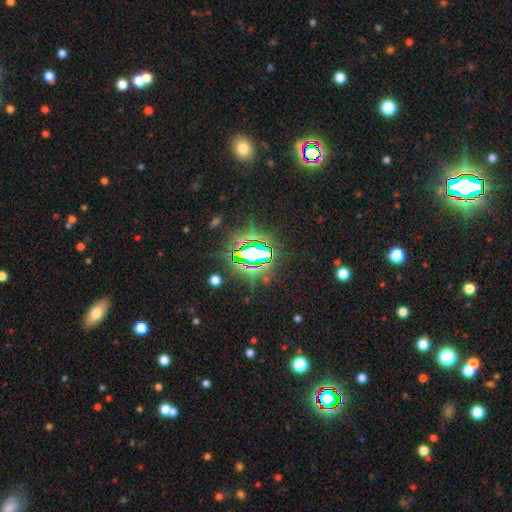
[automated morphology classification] Smooth or featured?
  - star or artifact: 81% *
  - smooth: 10%
  - featured or disk: 9%